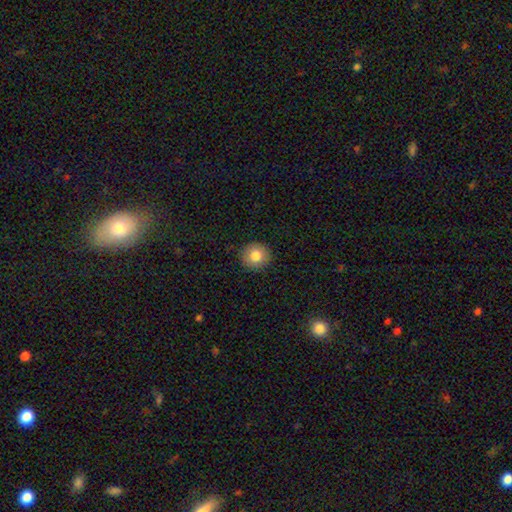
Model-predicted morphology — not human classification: A smooth galaxy with no disk features (82%) that is round (91%).

Vote fractions:
- Smooth or featured? smooth: 82% / featured or disk: 9% / star or artifact: 9%
- How rounded? round: 91% / in between: 8% / cigar-shaped: 1%
- Merging? none: 90% / minor disturbance: 7% / major disturbance: 2% / merger: 1%